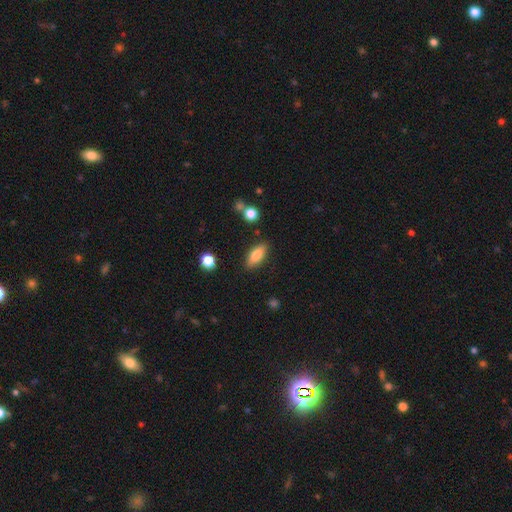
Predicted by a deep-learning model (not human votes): A smooth galaxy with no disk features (78%) that is in between round and cigar-shaped (74%).

Vote fractions:
- Smooth or featured? smooth: 78% / featured or disk: 15% / star or artifact: 7%
- How rounded? in between: 74% / cigar-shaped: 23% / round: 3%
- Merging? none: 84% / minor disturbance: 11% / merger: 3% / major disturbance: 3%